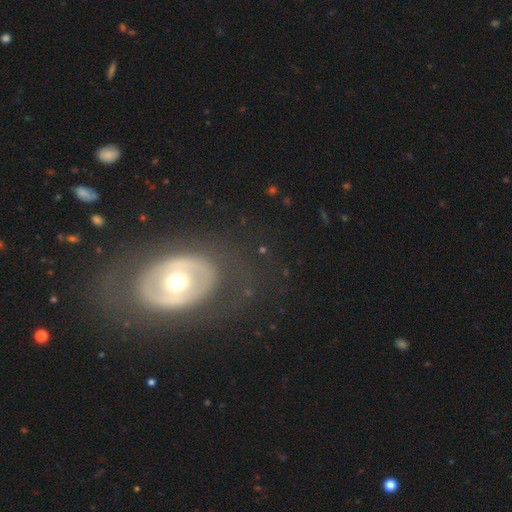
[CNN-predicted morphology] Smooth or featured?
  - featured or disk: 67% *
  - smooth: 25%
  - star or artifact: 8%
Edge-on disk?
  - no: 93% *
  - yes: 7%
Bar?
  - no: 73% *
  - weak: 17%
  - strong: 11%
Spiral arms?
  - no: 65% *
  - yes: 35%
Bulge size?
  - moderate: 66% *
  - small: 19%
  - large: 12%
  - dominant: 2%
  - none: 1%
Merging?
  - none: 80% *
  - minor disturbance: 10%
  - major disturbance: 8%
  - merger: 1%